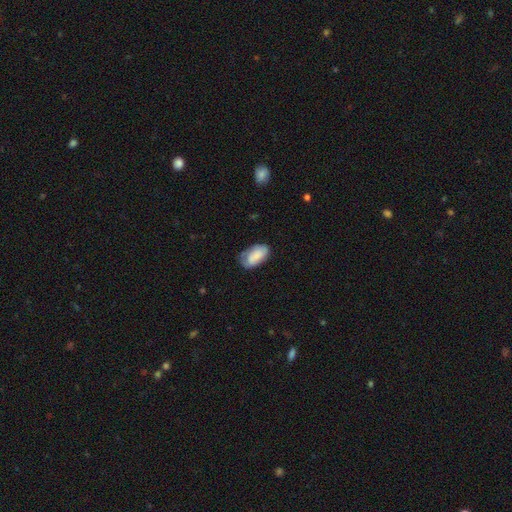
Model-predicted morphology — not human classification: Smooth or featured: smooth — 69% (featured or disk — 24%)
How rounded: in between — 94% (round — 4%)
Merging: none — 56% (minor disturbance — 32%)